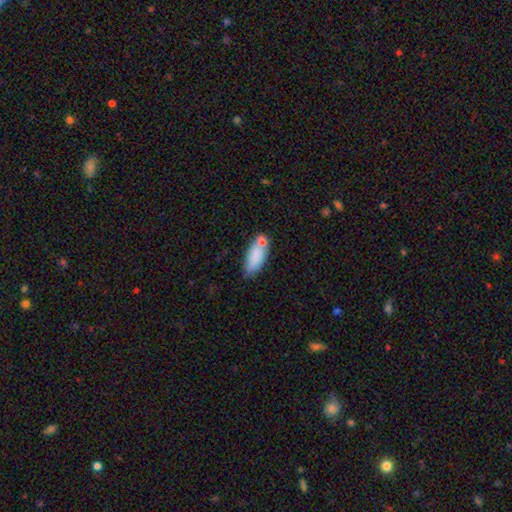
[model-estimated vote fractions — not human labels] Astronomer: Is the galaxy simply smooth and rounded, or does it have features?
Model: smooth — 82%.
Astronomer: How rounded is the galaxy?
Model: in between — 81%.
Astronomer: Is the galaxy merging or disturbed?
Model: none — 57%.